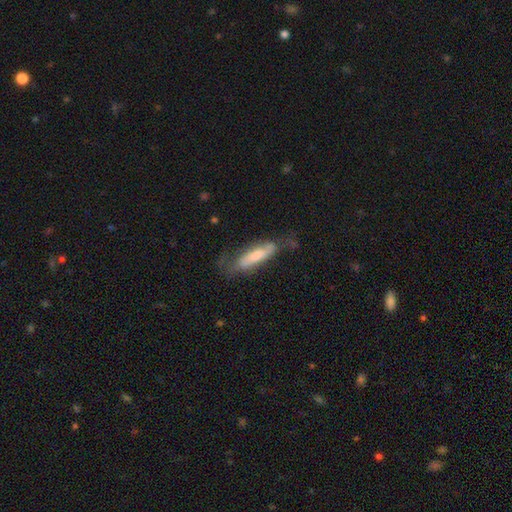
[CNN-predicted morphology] This is possibly a smooth galaxy (60%). How rounded: likely cigar-shaped (65%). Merging: possibly none (52%).